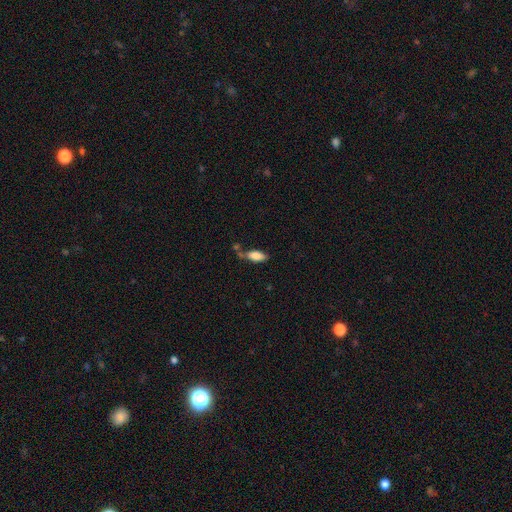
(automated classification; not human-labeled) This appears to be a smooth galaxy with no disk features (80%) that is in between round and cigar-shaped (83%). Merging: none (46%).